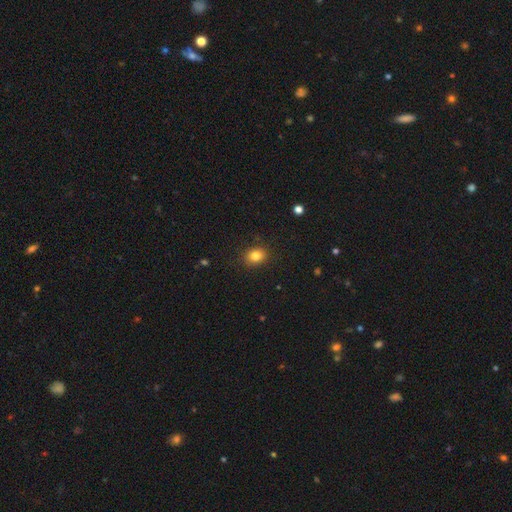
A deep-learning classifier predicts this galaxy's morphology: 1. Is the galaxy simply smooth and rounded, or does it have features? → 83% smooth, 11% star or artifact, 6% featured or disk.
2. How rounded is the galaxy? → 56% round, 43% in between, 1% cigar-shaped.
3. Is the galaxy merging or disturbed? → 87% none, 9% minor disturbance, 3% major disturbance, 1% merger.